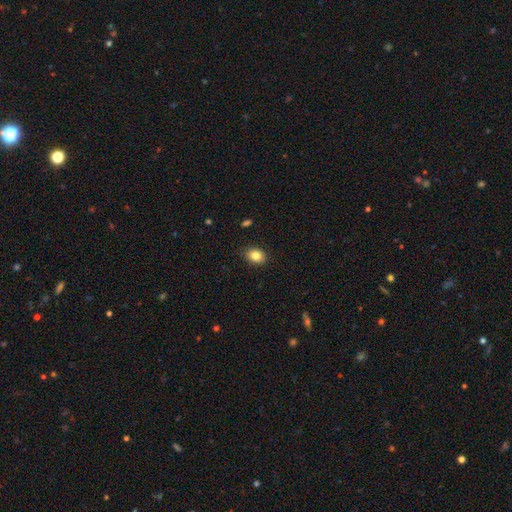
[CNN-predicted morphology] type=smooth (84%); roundness=in between (61%); merging=none (86%).